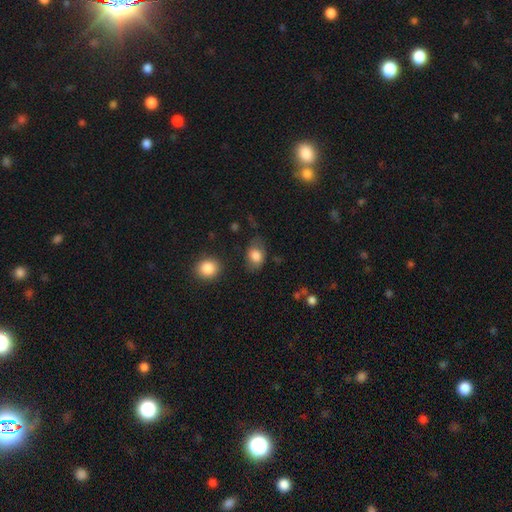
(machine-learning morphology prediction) This appears to be a smooth galaxy with no disk features (80%) that is in between round and cigar-shaped (74%). Merging: none (70%).